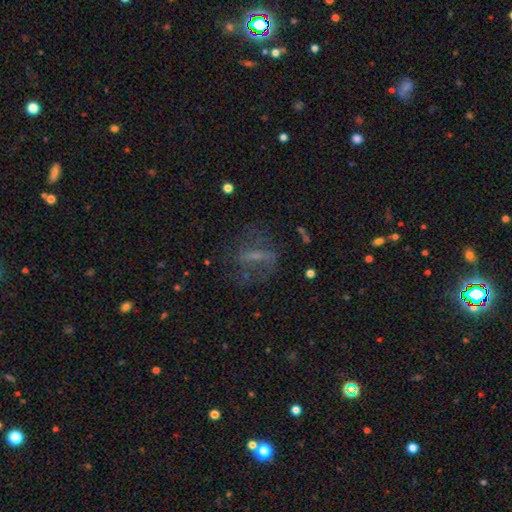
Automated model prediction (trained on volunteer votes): Smooth or featured?
  - featured or disk: 51% *
  - smooth: 31%
  - star or artifact: 18%
Edge-on disk?
  - no: 83% *
  - yes: 17%
Merging?
  - none: 57% *
  - major disturbance: 23%
  - minor disturbance: 18%
  - merger: 2%